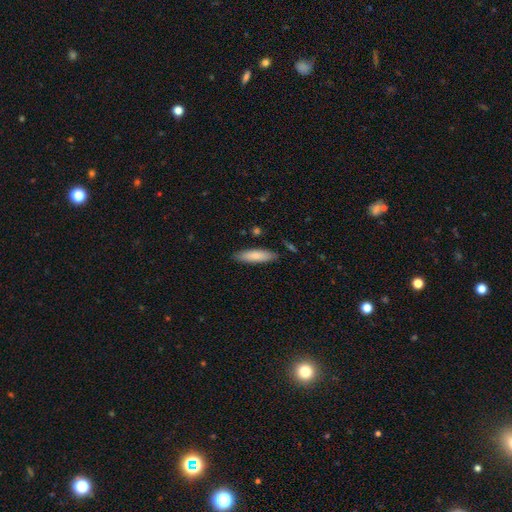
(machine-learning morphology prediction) Smooth or featured? Predicted: smooth (p=0.81). How rounded? Predicted: cigar-shaped (p=0.65). Merging? Predicted: none (p=0.85).